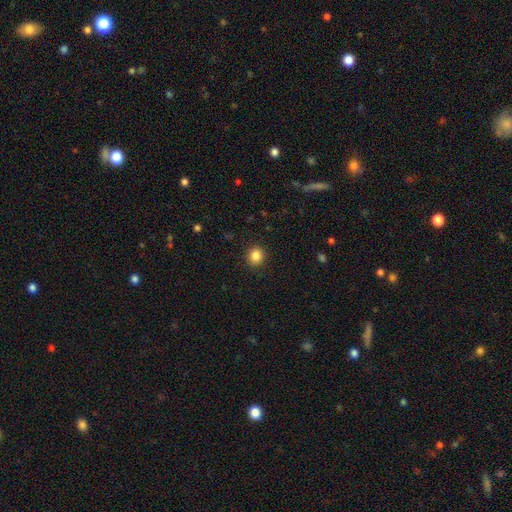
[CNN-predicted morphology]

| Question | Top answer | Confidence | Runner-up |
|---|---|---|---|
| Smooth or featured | smooth | 85% | star or artifact (11%) |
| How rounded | round | 87% | in between (12%) |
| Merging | none | 91% | minor disturbance (6%) |